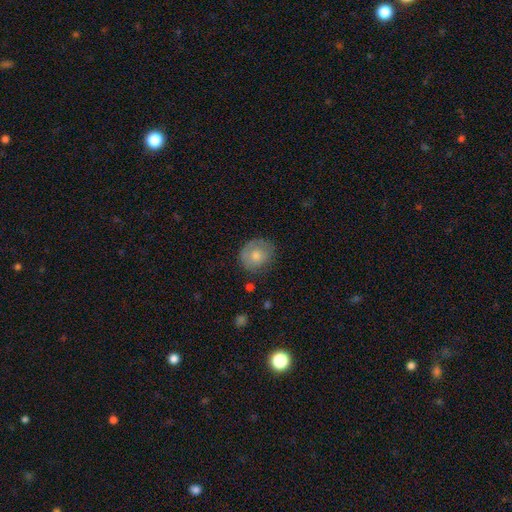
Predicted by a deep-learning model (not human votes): smooth_or_featured: smooth (p=0.70) [alt: featured or disk p=0.22]
how_rounded: round (p=0.76) [alt: in between p=0.24]
merging: none (p=0.69) [alt: minor disturbance p=0.22]